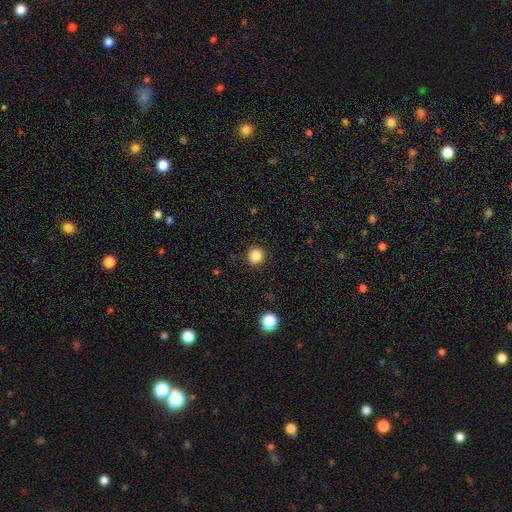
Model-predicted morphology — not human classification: Overall: smooth (85%). How rounded: round (92%). Merging: none (92%).